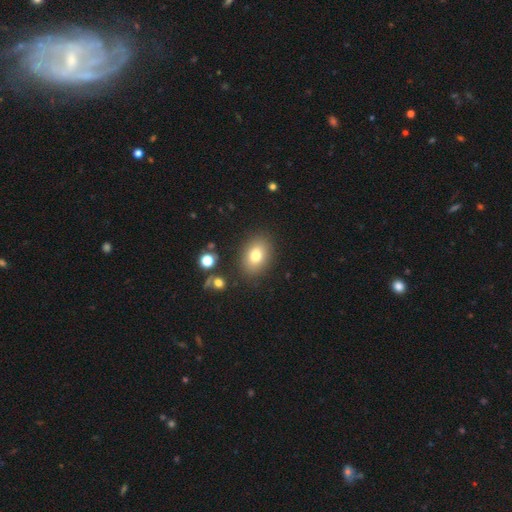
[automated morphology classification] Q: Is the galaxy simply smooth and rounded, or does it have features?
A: smooth — 77%.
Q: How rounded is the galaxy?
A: in between — 74%.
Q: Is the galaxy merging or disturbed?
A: none — 86%.